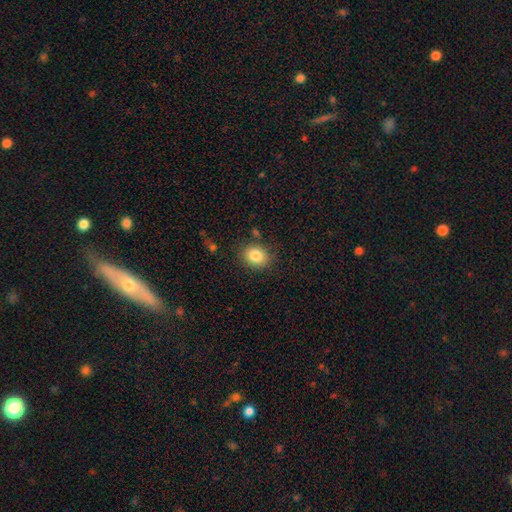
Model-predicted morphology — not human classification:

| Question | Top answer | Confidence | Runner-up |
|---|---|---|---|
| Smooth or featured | smooth | 83% | star or artifact (10%) |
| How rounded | round | 56% | in between (44%) |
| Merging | none | 83% | minor disturbance (11%) |